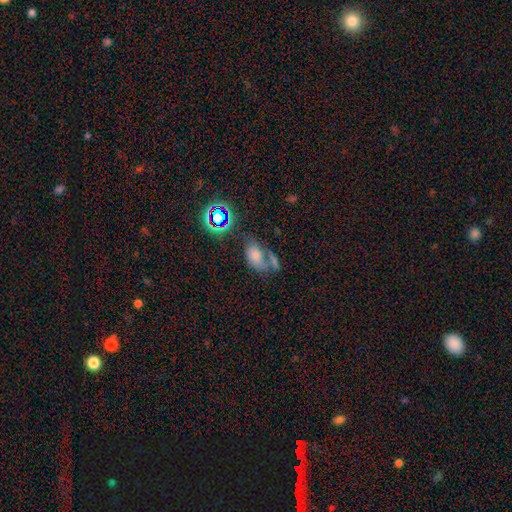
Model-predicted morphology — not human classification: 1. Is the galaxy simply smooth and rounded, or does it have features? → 61% smooth, 20% star or artifact, 19% featured or disk.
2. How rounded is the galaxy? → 87% in between, 11% round, 2% cigar-shaped.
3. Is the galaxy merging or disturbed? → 32% none, 30% merger, 19% major disturbance, 19% minor disturbance.